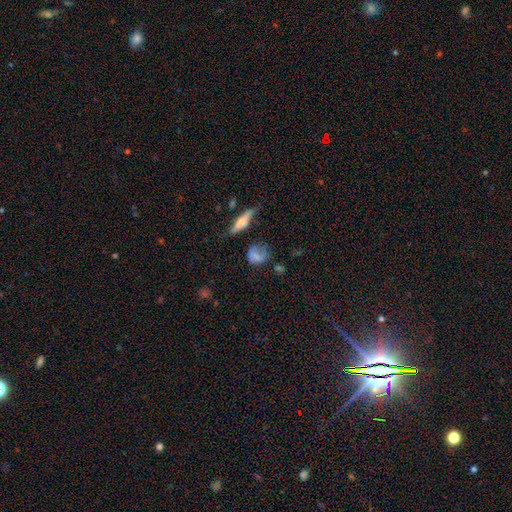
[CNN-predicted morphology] A smooth galaxy with no disk features (64%) that is round (48%). Merging: none (52%).